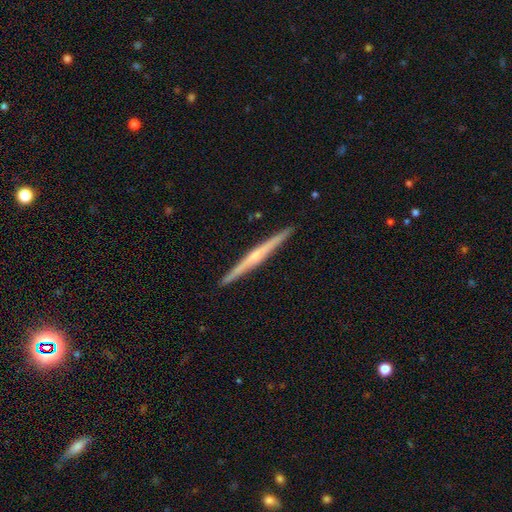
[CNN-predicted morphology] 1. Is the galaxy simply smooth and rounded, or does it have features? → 73% featured or disk, 21% smooth, 5% star or artifact.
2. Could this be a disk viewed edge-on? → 98% yes, 2% no.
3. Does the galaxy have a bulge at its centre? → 59% rounded, 32% none, 9% boxy.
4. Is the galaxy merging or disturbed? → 93% none, 5% minor disturbance, 1% major disturbance, 1% merger.